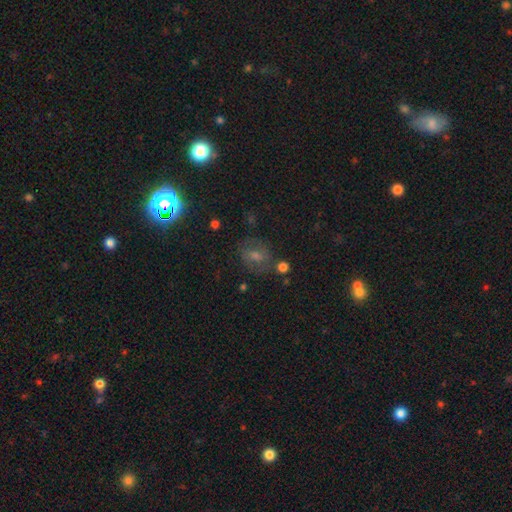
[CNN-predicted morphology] A smooth galaxy with no disk features (38%). Merging: none (75%).